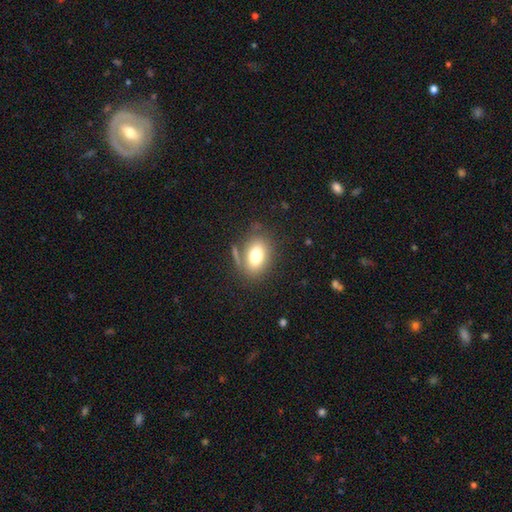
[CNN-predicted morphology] Overall: smooth (76%). How rounded: in between (79%). Merging: none (71%).